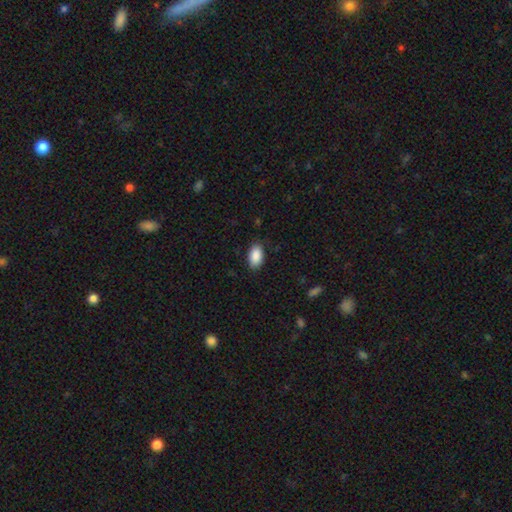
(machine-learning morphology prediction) smooth_or_featured: smooth (p=0.90) [alt: star or artifact p=0.07]
how_rounded: in between (p=0.93) [alt: round p=0.05]
merging: none (p=0.85) [alt: minor disturbance p=0.11]